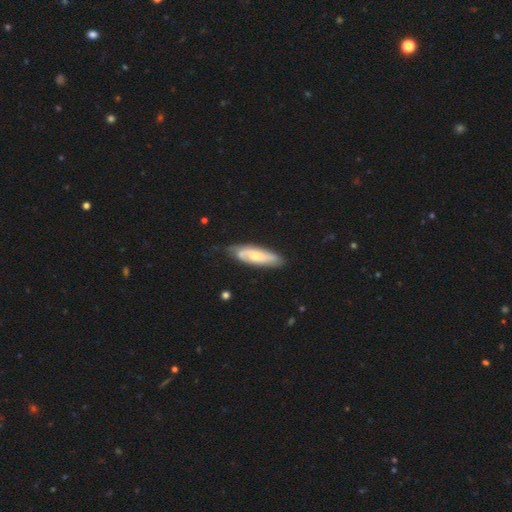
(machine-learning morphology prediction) A featured or disk galaxy (53%).

Vote fractions:
- Smooth or featured? featured or disk: 53% / smooth: 41% / star or artifact: 5%
- Edge-on disk? no: 76% / yes: 24%
- Merging? none: 67% / minor disturbance: 24% / major disturbance: 6% / merger: 2%